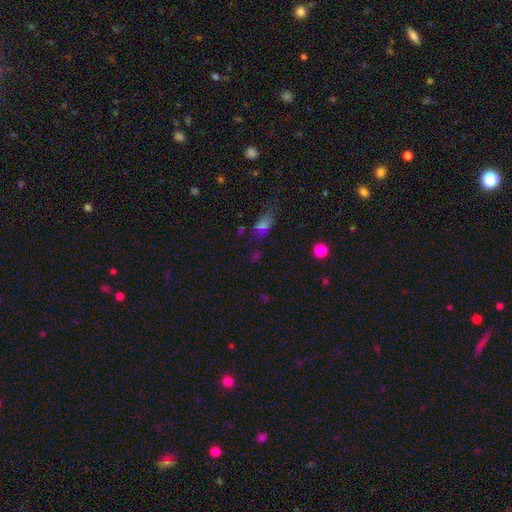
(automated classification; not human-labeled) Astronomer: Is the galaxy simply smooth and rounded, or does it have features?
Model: smooth — 50% (runner-up: star or artifact, 41%).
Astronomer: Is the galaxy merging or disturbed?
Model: none — 70%.